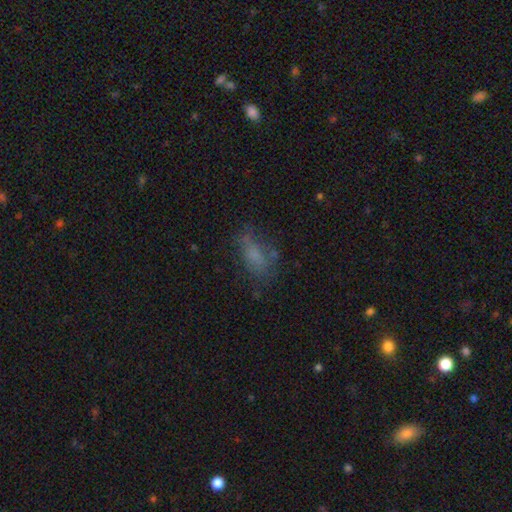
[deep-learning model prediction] Smooth or featured?
  - smooth: 64% *
  - featured or disk: 21%
  - star or artifact: 15%
How rounded?
  - in between: 79% *
  - cigar-shaped: 15%
  - round: 6%
Merging?
  - none: 50% *
  - minor disturbance: 25%
  - major disturbance: 20%
  - merger: 5%